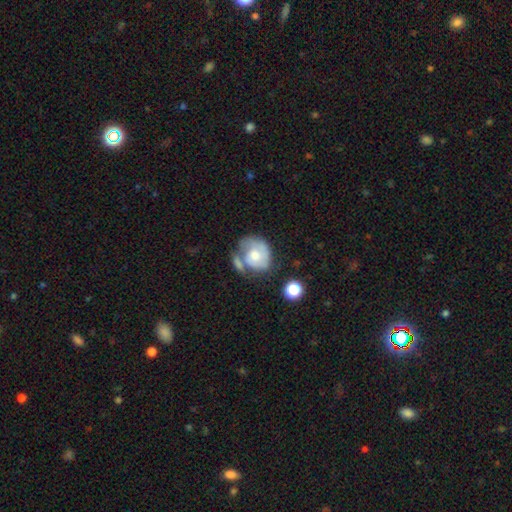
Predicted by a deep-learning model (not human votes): smooth-or-featured: featured or disk: 49% | smooth: 44% | star or artifact: 7%
  merging: none: 33% | merger: 28% | minor disturbance: 22% | major disturbance: 17%